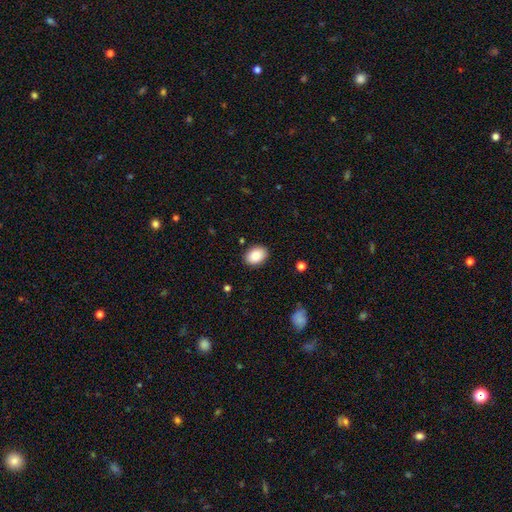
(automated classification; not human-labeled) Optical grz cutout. It shows a smooth galaxy with no disk features (88%) that is in between round and cigar-shaped (78%). Merging: none (88%).